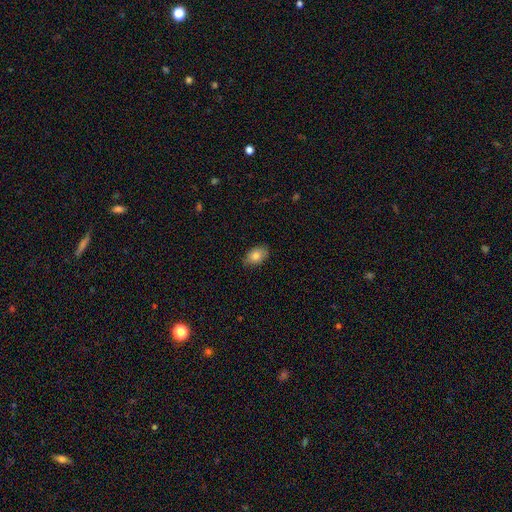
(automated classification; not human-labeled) Smooth or featured?
  - smooth: 82% *
  - featured or disk: 10%
  - star or artifact: 7%
How rounded?
  - in between: 88% *
  - round: 11%
  - cigar-shaped: 2%
Merging?
  - none: 80% *
  - minor disturbance: 16%
  - major disturbance: 3%
  - merger: 1%